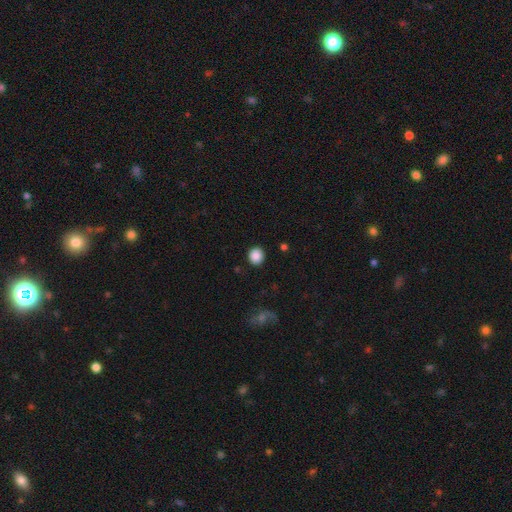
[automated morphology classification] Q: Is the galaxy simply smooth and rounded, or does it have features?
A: smooth — 88%.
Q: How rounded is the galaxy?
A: round — 85%.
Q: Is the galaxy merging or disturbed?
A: none — 90%.